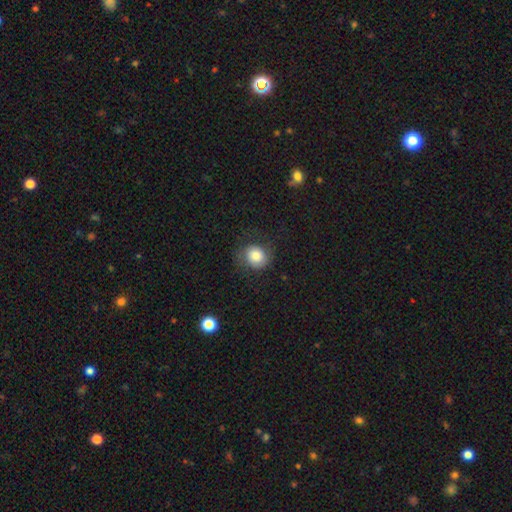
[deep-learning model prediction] Overall: smooth (81%). How rounded: round (76%). Merging: none (72%).